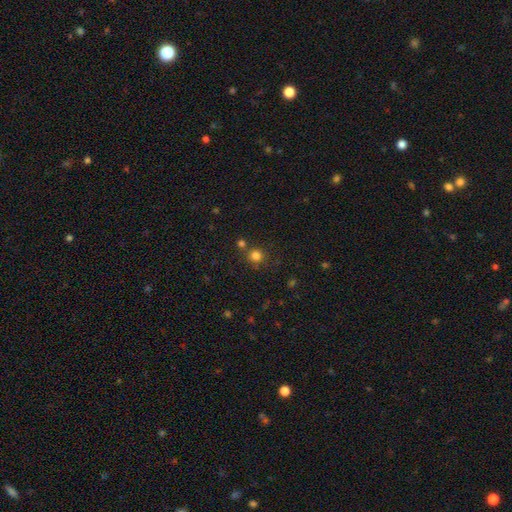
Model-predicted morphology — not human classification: A smooth galaxy with no disk features (79%) that is round (92%). Merging: none (73%).